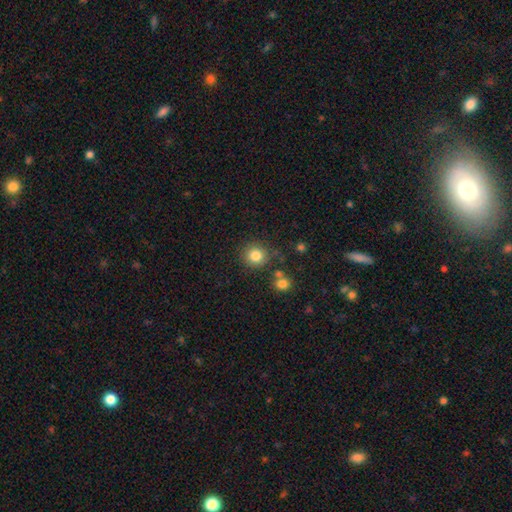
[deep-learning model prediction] A smooth galaxy with no disk features (82%) that is round (91%).

Vote fractions:
- Smooth or featured? smooth: 82% / star or artifact: 11% / featured or disk: 6%
- How rounded? round: 91% / in between: 8% / cigar-shaped: 1%
- Merging? none: 81% / minor disturbance: 9% / merger: 6% / major disturbance: 3%